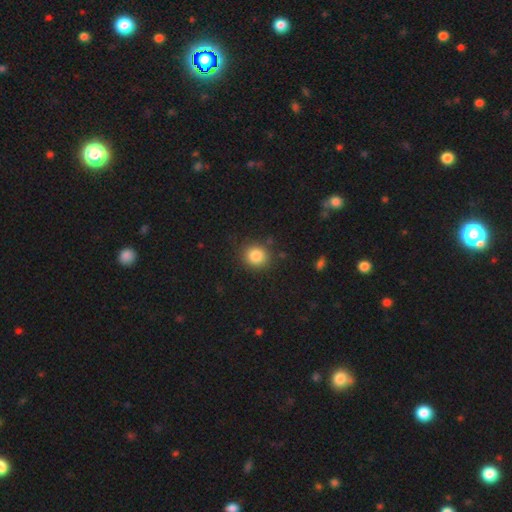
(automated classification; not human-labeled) Overall: smooth (85%). How rounded: round (84%). Merging: none (86%).